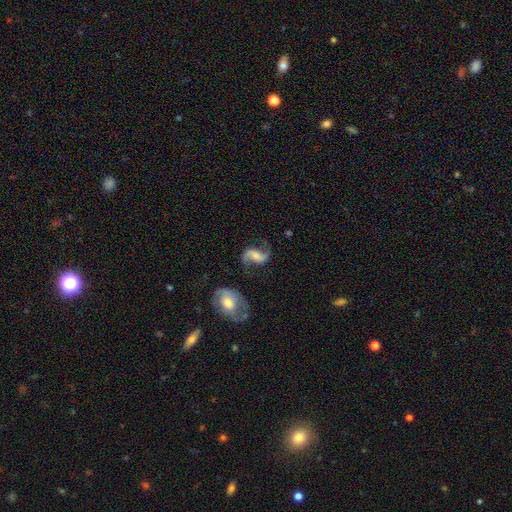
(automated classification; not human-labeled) featured or disk 86%, smooth 8%, star or artifact 5%. Down the decision tree: edge-on disk — no (98%); bar — weak (41%); spiral arms — yes (96%); spiral arm count — 2 (93%); spiral winding — loose (67%); bulge size — moderate (40%); merging — none (69%).